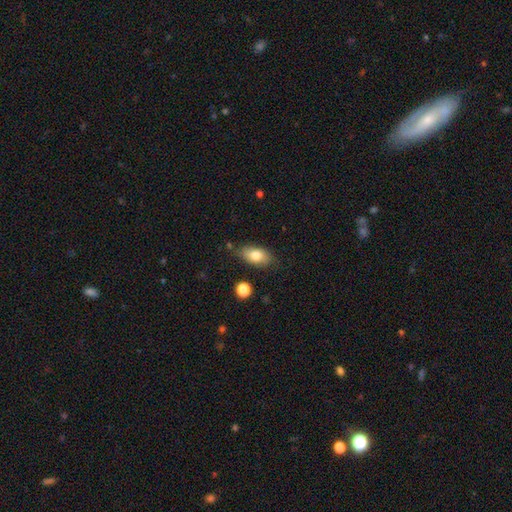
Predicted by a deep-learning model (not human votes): Q: Smooth or featured?
A: smooth (78%); runner-up: featured or disk (14%)
Q: How rounded?
A: in between (88%); runner-up: round (7%)
Q: Merging?
A: none (77%); runner-up: minor disturbance (17%)